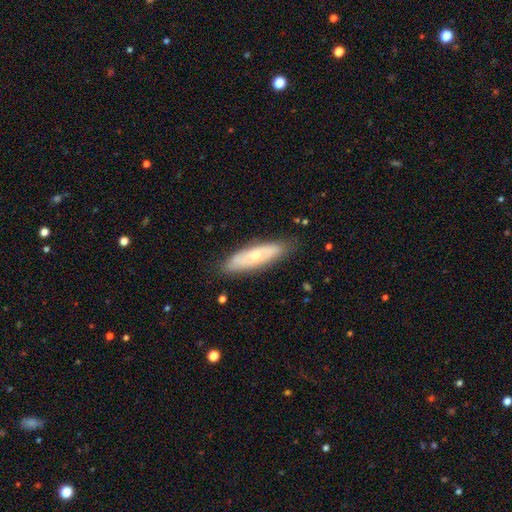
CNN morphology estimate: type=smooth (49%); merging=none (83%).